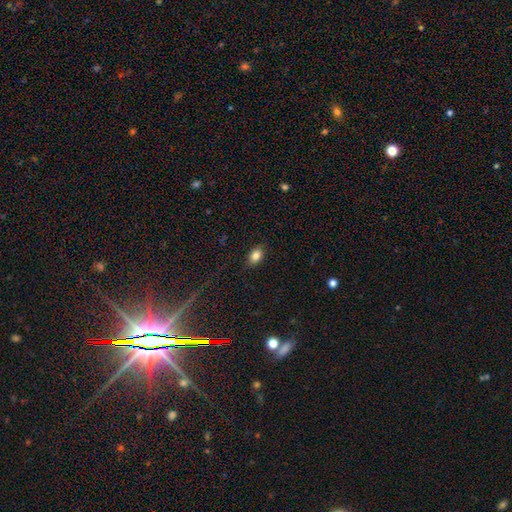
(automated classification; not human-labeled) Smooth or featured: smooth — 83% (star or artifact — 9%)
How rounded: in between — 83% (round — 15%)
Merging: none — 86% (minor disturbance — 11%)